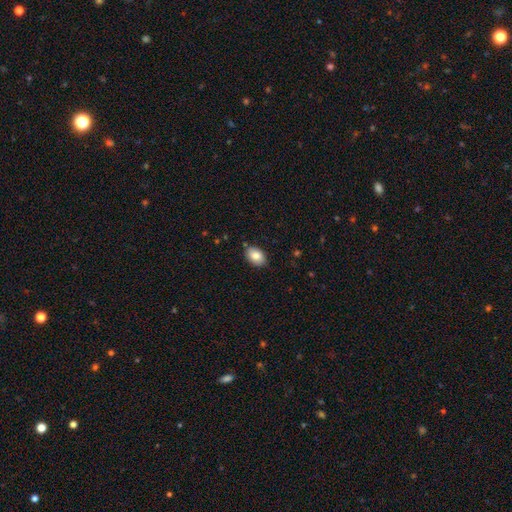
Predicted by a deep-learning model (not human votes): Overall: smooth (84%). How rounded: in between (87%). Merging: none (84%).